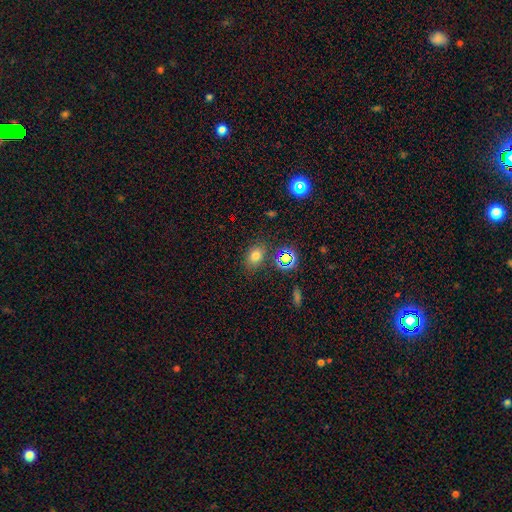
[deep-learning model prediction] Smooth or featured: smooth — 71% (star or artifact — 20%)
How rounded: in between — 62% (round — 37%)
Merging: none — 80% (minor disturbance — 12%)